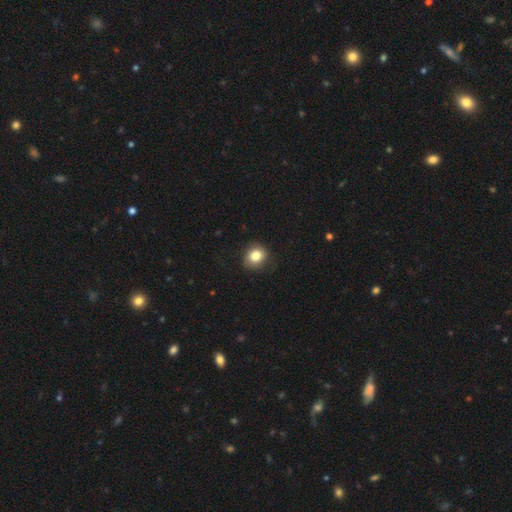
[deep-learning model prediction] Smooth or featured? Predicted: smooth (p=0.82). How rounded? Predicted: round (p=0.70). Merging? Predicted: none (p=0.81).